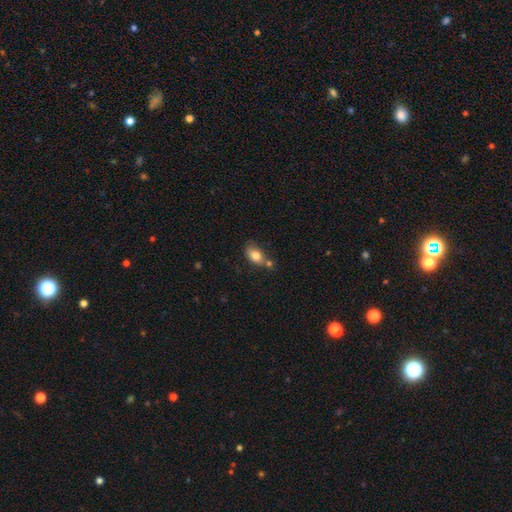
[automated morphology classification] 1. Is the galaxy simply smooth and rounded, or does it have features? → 80% smooth, 11% featured or disk, 8% star or artifact.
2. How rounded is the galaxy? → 84% in between, 14% round, 2% cigar-shaped.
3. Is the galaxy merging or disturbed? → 53% none, 22% merger, 19% minor disturbance, 5% major disturbance.